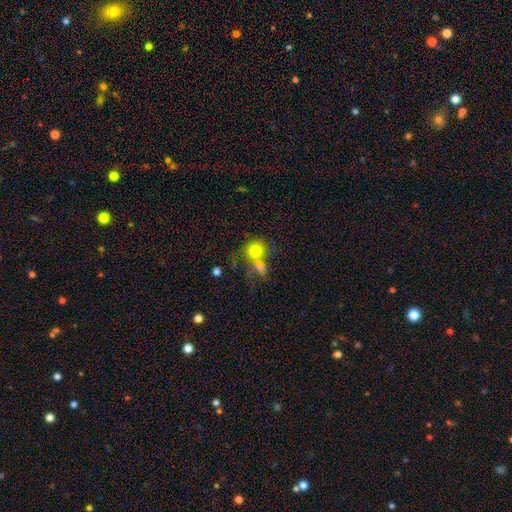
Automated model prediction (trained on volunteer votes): Smooth or featured? smooth (73%)
How rounded? round (82%)
Merging? merger (46%)